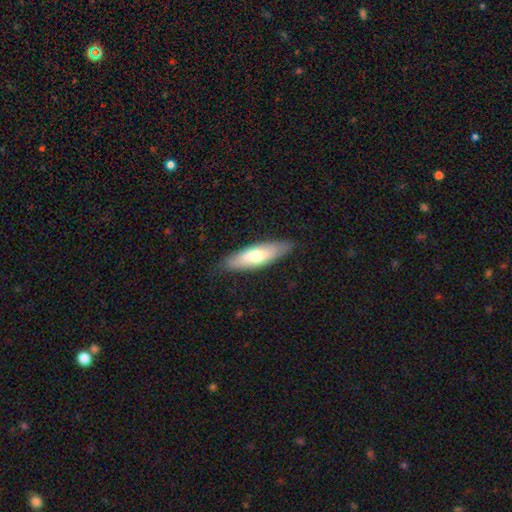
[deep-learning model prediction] smooth 64%, featured or disk 31%, star or artifact 5%. Down the decision tree: how rounded — cigar-shaped (49%, tied with in between); merging — none (83%).